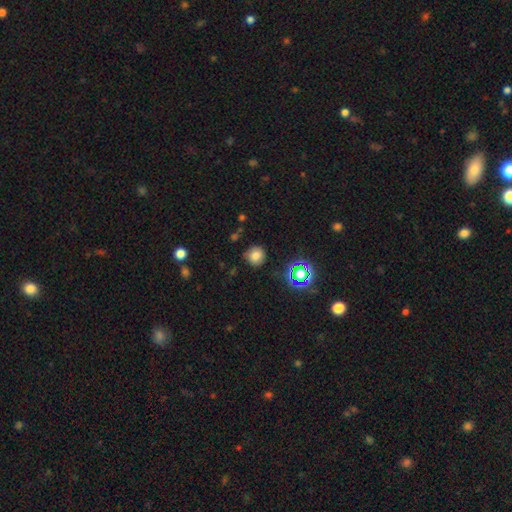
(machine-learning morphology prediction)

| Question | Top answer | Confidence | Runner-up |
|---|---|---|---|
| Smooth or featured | smooth | 73% | star or artifact (18%) |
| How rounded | round | 88% | in between (11%) |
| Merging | none | 81% | minor disturbance (13%) |